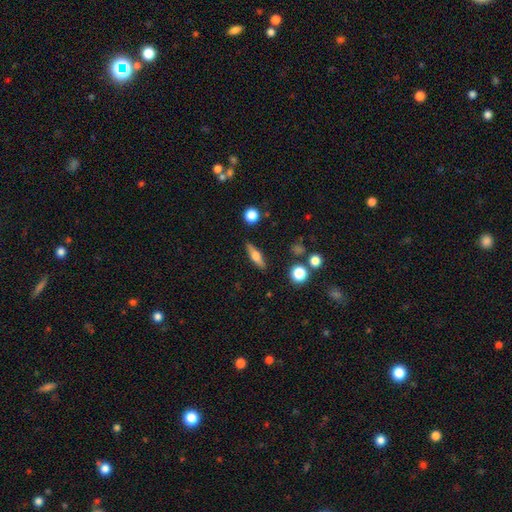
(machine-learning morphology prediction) smooth 47%, featured or disk 45%, star or artifact 8%. Down the decision tree: merging — none (86%).